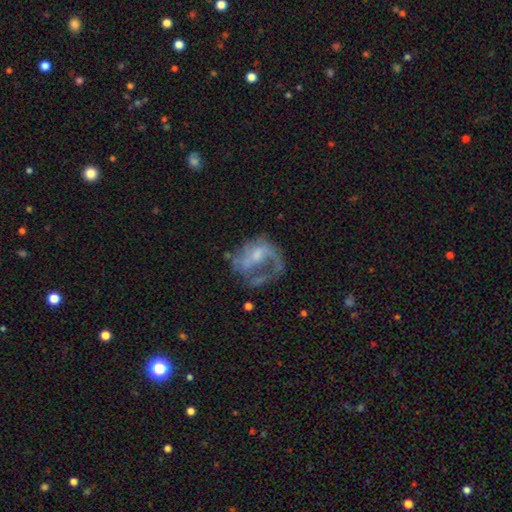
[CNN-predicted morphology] Q: Smooth or featured?
A: featured or disk (71%); runner-up: smooth (19%)
Q: Edge-on disk?
A: no (97%); runner-up: yes (3%)
Q: Bar?
A: no (52%); runner-up: weak (39%)
Q: Spiral arms?
A: yes (67%); runner-up: no (33%)
Q: Bulge size?
A: small (38%); runner-up: moderate (36%)
Q: Merging?
A: major disturbance (42%); runner-up: none (35%)